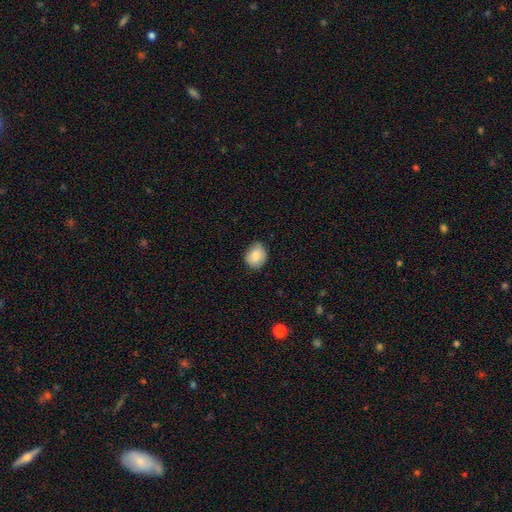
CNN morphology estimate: Smooth or featured? smooth (80%)
How rounded? round (65%)
Merging? none (76%)